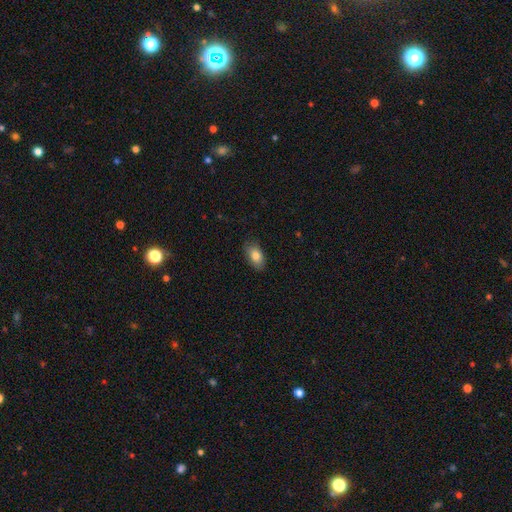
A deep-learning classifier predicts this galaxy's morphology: Smooth or featured? Predicted: smooth (p=0.82). How rounded? Predicted: in between (p=0.91). Merging? Predicted: none (p=0.81).